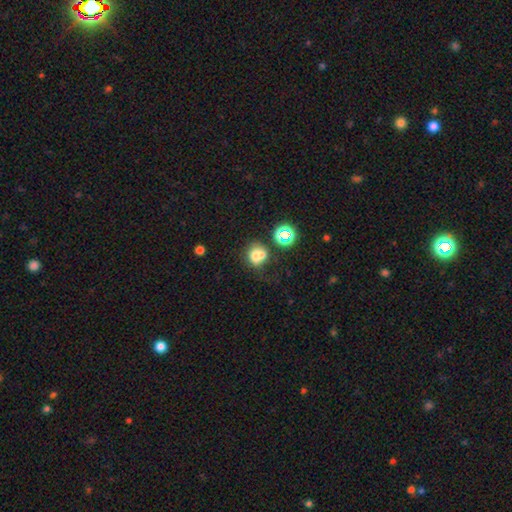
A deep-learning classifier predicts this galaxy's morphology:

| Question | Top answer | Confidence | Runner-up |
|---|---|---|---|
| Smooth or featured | smooth | 66% | featured or disk (18%) |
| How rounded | round | 69% | in between (30%) |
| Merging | merger | 45% | none (35%) |